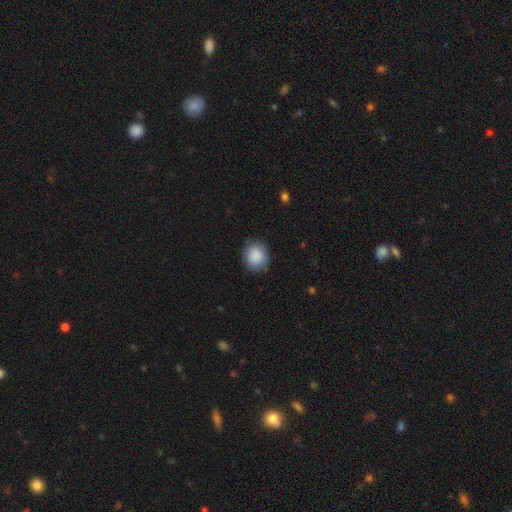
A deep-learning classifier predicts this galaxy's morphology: Q: Smooth or featured?
A: smooth (88%); runner-up: star or artifact (7%)
Q: How rounded?
A: round (76%); runner-up: in between (23%)
Q: Merging?
A: none (81%); runner-up: minor disturbance (14%)